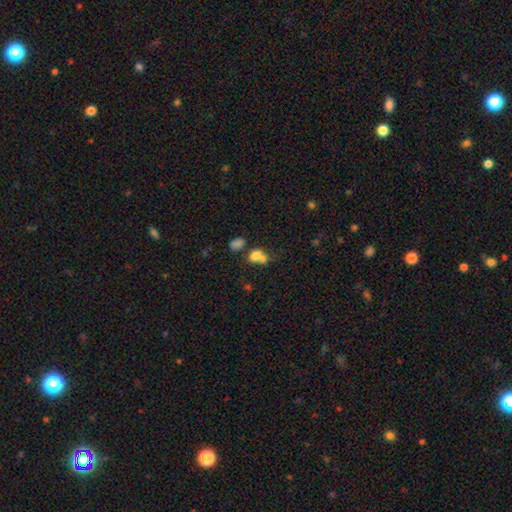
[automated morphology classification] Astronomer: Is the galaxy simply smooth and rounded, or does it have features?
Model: smooth — 74%.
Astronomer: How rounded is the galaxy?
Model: in between — 56% (runner-up: round, 43%).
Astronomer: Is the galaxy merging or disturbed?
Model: merger — 56%.